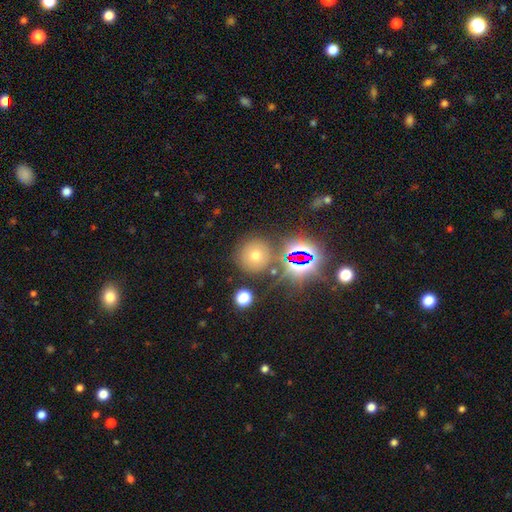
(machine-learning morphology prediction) smooth 52%, star or artifact 32%, featured or disk 17%. Down the decision tree: how rounded — round (92%); merging — none (78%).